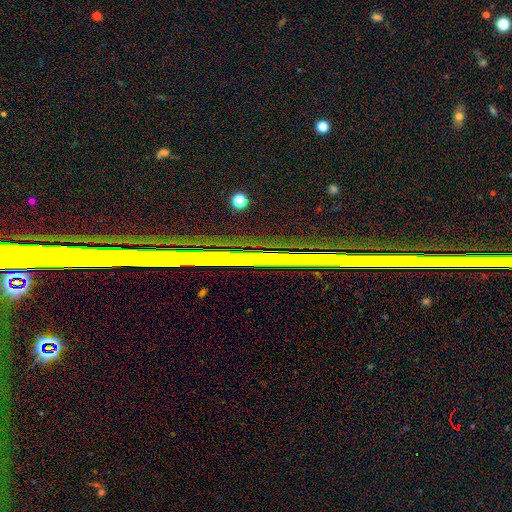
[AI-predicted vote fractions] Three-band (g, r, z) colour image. It shows a star or artifact, not a galaxy (76%).